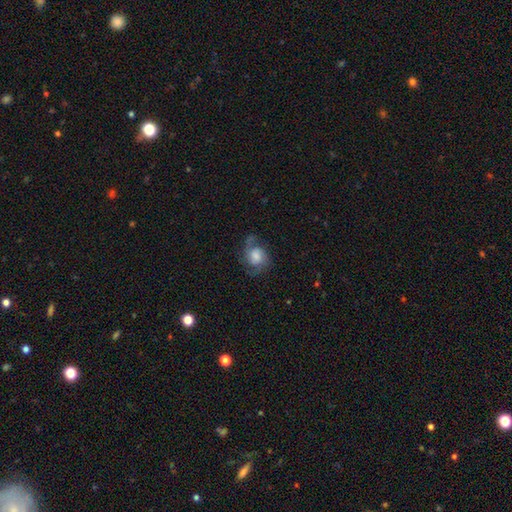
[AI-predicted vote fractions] This appears to be a featured or disk galaxy (70%) with no bar (65%), 2 (66%) medium (48%) spiral arms (93%) and a moderate central bulge (33%, tied with large). Merging: none (65%).